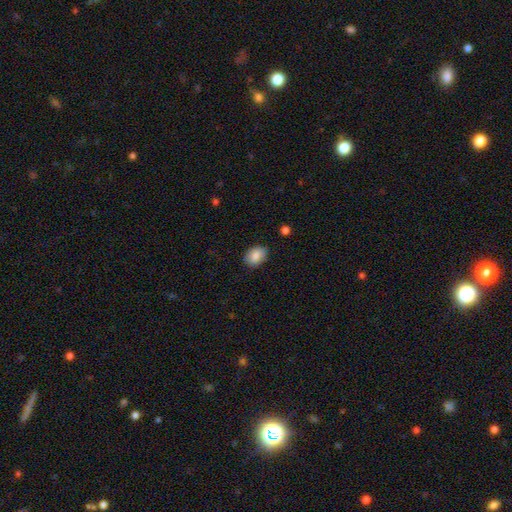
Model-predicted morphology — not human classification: Q: Smooth or featured?
A: smooth (85%); runner-up: featured or disk (8%)
Q: How rounded?
A: in between (74%); runner-up: round (25%)
Q: Merging?
A: none (84%); runner-up: minor disturbance (13%)